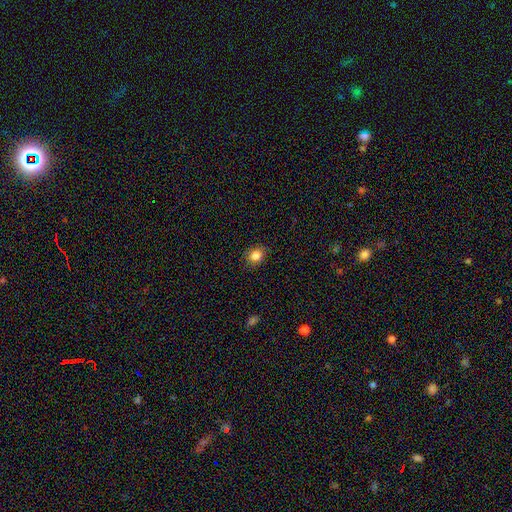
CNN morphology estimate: Smooth or featured: smooth — 84% (star or artifact — 10%)
How rounded: round — 52% (in between — 47%)
Merging: none — 87% (minor disturbance — 10%)